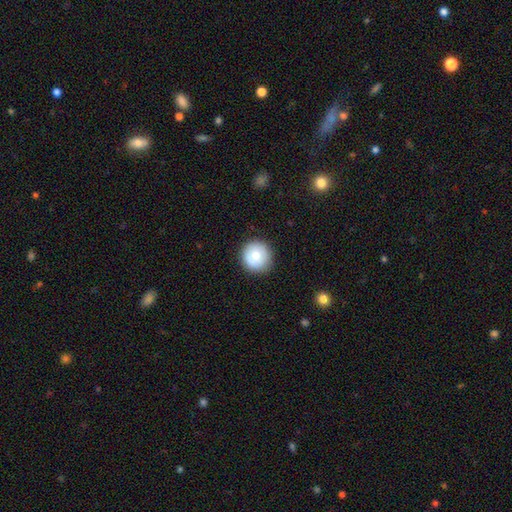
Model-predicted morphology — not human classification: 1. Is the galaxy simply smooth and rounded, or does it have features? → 71% smooth, 21% featured or disk, 8% star or artifact.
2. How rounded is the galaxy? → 95% round, 4% in between, 1% cigar-shaped.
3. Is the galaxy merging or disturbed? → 89% none, 8% minor disturbance, 2% major disturbance, 1% merger.